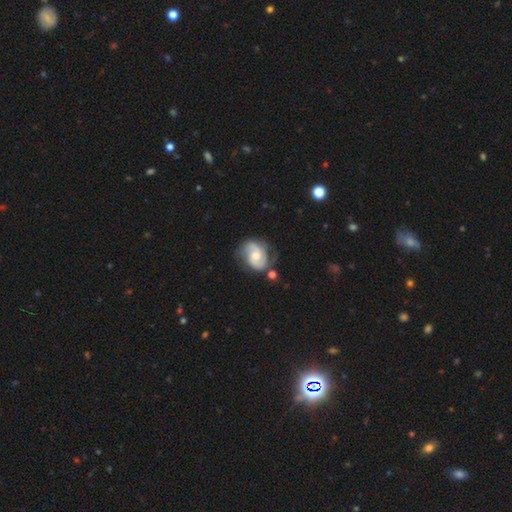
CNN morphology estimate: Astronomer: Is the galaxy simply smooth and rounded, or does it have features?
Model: featured or disk — 80%.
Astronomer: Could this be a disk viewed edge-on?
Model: no — 98%.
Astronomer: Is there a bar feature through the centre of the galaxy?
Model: no — 60%.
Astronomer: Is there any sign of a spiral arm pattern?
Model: yes — 94%.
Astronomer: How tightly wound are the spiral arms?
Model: medium — 47% (runner-up: tight, 30%).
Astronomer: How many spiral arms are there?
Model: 2 — 86%.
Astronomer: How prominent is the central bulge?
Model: moderate — 61%.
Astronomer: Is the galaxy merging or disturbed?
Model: none — 63%.